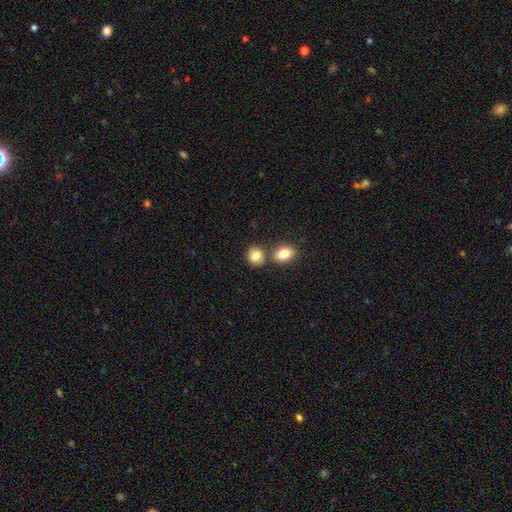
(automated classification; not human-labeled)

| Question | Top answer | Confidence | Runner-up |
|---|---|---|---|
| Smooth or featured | smooth | 83% | star or artifact (9%) |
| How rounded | round | 63% | in between (36%) |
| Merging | none | 59% | merger (27%) |